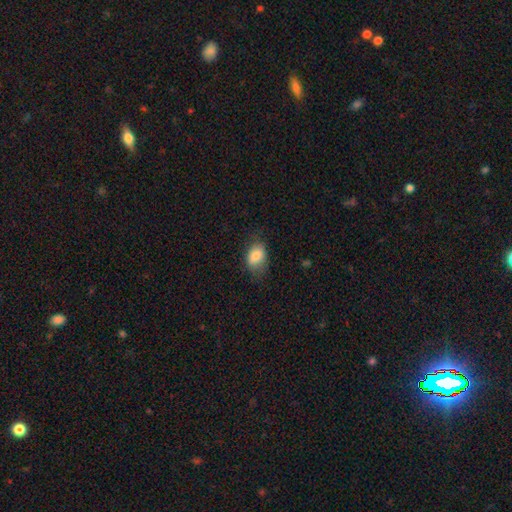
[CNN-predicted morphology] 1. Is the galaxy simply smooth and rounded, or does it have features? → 82% smooth, 10% featured or disk, 8% star or artifact.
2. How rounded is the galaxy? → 80% in between, 19% round, 1% cigar-shaped.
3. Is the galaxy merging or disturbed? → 64% none, 26% minor disturbance, 9% major disturbance, 1% merger.